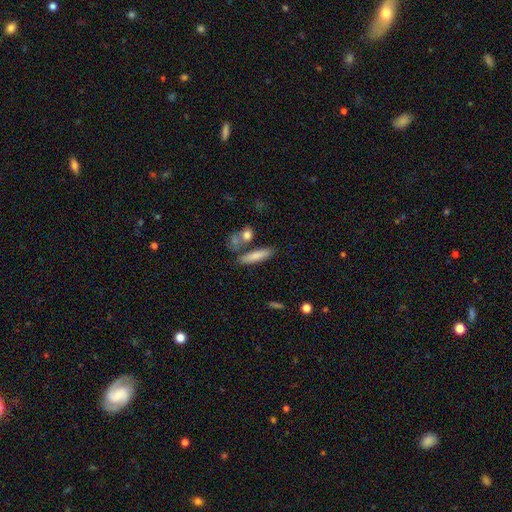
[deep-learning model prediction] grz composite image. It shows a smooth galaxy with no disk features (79%) that is cigar-shaped (74%). Merging: none (70%).